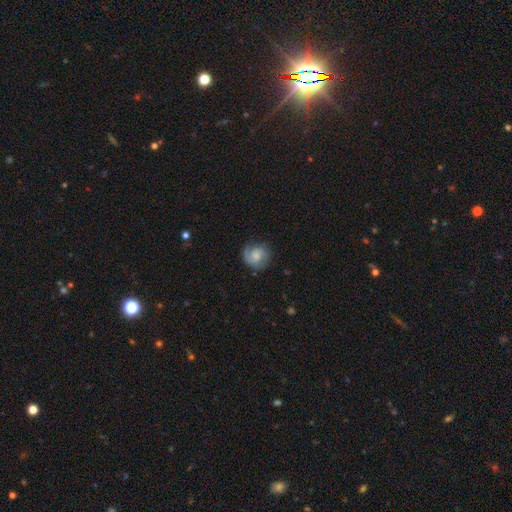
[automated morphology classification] Overall: featured or disk (59%; smooth 34%). Edge-on disk: no (98%). Bar: no (63%; weak 33%). Spiral arms: yes (92%). Spiral arm count: 2 (58%; 1 25%). Spiral winding: tight (43%; medium 40%). Bulge size: moderate (40%; small 35%). Merging: none (72%).